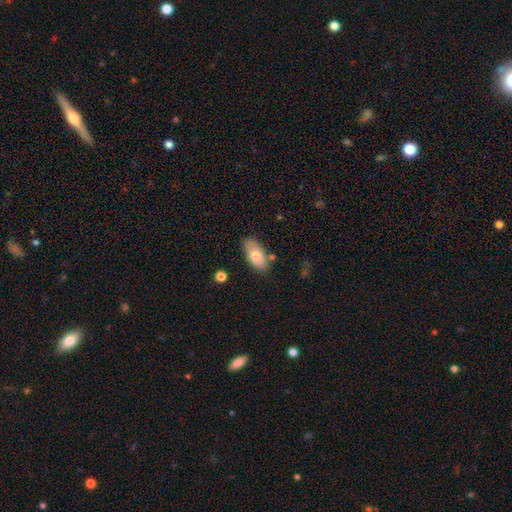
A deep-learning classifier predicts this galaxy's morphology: Smooth or featured: smooth — 78% (featured or disk — 15%)
How rounded: in between — 93% (cigar-shaped — 4%)
Merging: none — 77% (minor disturbance — 16%)